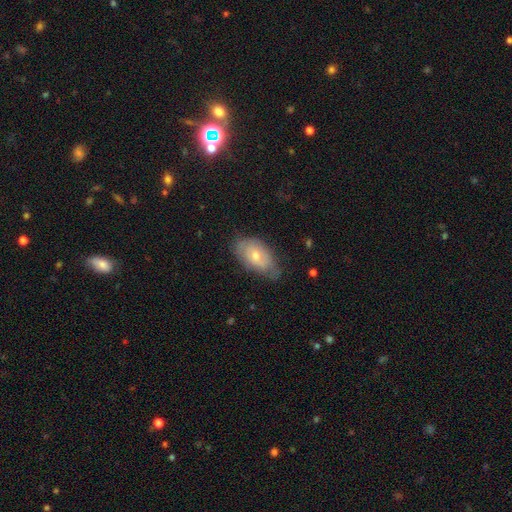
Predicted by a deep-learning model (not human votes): smooth 48%, featured or disk 43%, star or artifact 9%. Down the decision tree: merging — none (63%).